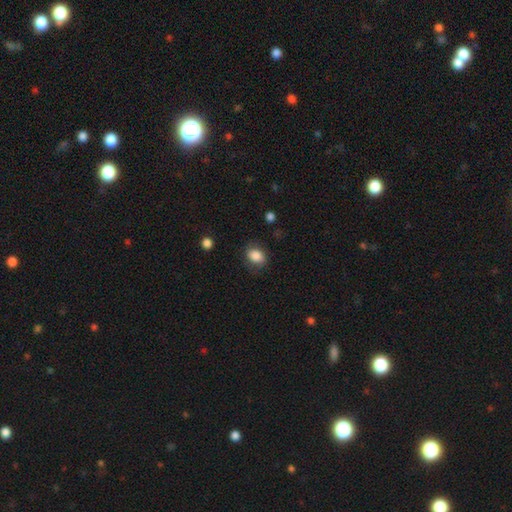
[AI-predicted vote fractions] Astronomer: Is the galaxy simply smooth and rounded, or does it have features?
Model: smooth — 83%.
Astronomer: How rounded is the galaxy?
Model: in between — 61% (runner-up: round, 38%).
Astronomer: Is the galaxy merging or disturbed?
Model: none — 74%.